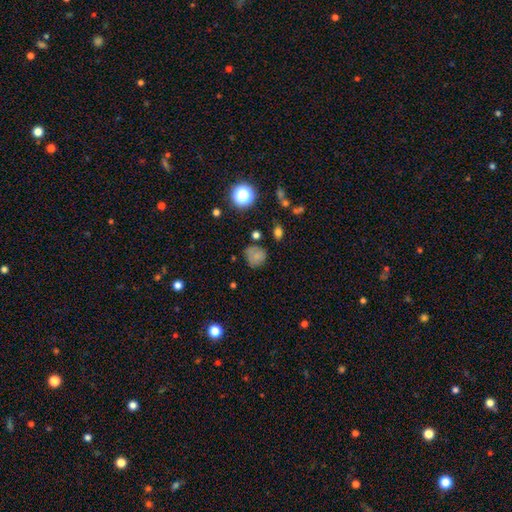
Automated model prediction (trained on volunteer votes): smooth-or-featured: smooth: 73% | star or artifact: 17% | featured or disk: 10%
  how-rounded: round: 80% | in between: 19% | cigar-shaped: 1%
  merging: none: 62% | minor disturbance: 25% | major disturbance: 8% | merger: 5%